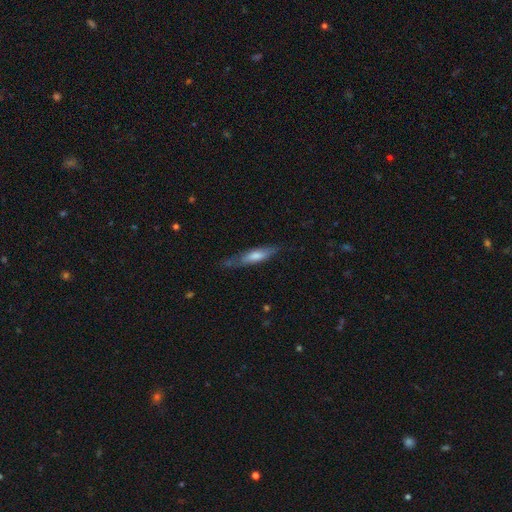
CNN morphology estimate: Smooth or featured?
  - smooth: 53% *
  - featured or disk: 41%
  - star or artifact: 6%
How rounded?
  - cigar-shaped: 74% *
  - in between: 25%
  - round: 2%
Merging?
  - none: 63% *
  - minor disturbance: 26%
  - major disturbance: 8%
  - merger: 3%